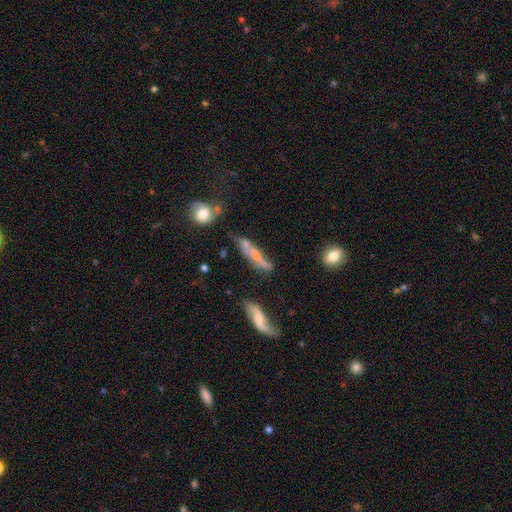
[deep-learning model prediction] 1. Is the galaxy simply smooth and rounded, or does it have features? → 50% featured or disk, 39% smooth, 10% star or artifact.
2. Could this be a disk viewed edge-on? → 54% yes, 46% no.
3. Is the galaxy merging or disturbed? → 42% none, 24% minor disturbance, 19% merger, 15% major disturbance.